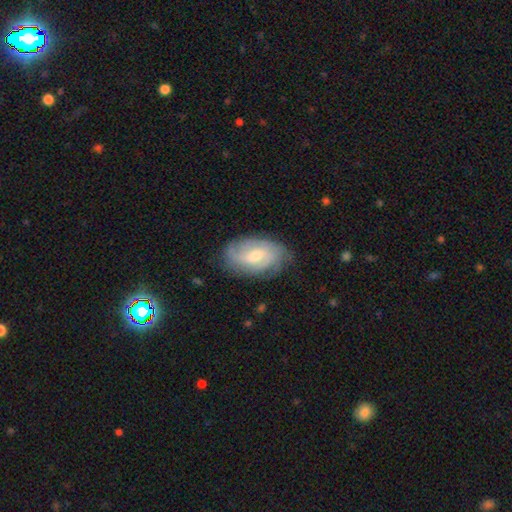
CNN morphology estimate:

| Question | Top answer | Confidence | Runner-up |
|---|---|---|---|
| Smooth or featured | featured or disk | 71% | smooth (22%) |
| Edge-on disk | no | 95% | yes (5%) |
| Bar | weak | 50% | no (39%) |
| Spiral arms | yes | 90% | no (10%) |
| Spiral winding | tight | 53% | medium (34%) |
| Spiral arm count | can't tell | 39% | 2 (27%) |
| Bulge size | moderate | 56% | small (38%) |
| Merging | none | 75% | minor disturbance (18%) |